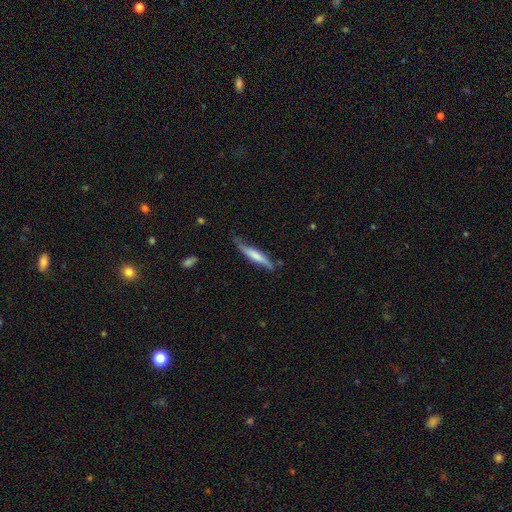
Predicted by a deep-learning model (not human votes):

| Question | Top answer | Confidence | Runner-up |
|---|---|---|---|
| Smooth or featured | smooth | 54% | featured or disk (40%) |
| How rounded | cigar-shaped | 89% | in between (10%) |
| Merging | none | 56% | minor disturbance (32%) |